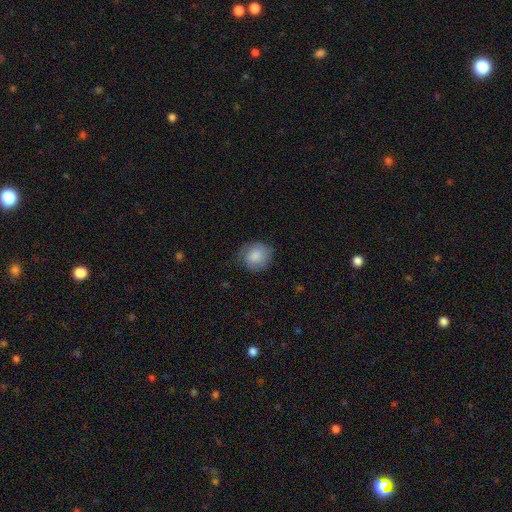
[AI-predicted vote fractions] smooth_or_featured: smooth (p=0.83) [alt: featured or disk p=0.10]
how_rounded: round (p=0.77) [alt: in between p=0.22]
merging: none (p=0.69) [alt: minor disturbance p=0.24]